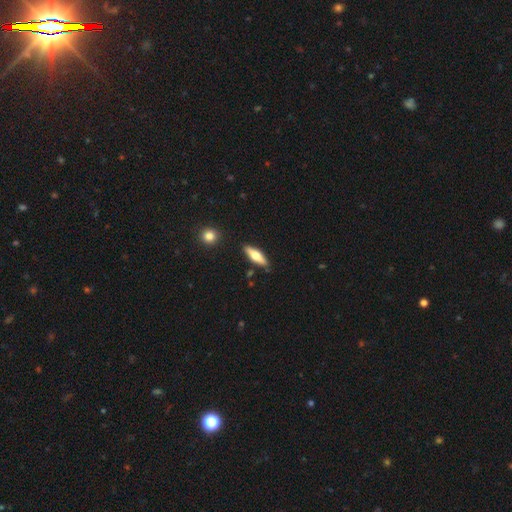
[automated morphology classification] Overall: smooth (56%; featured or disk 39%). How rounded: cigar-shaped (52%; in between 46%). Merging: none (86%).